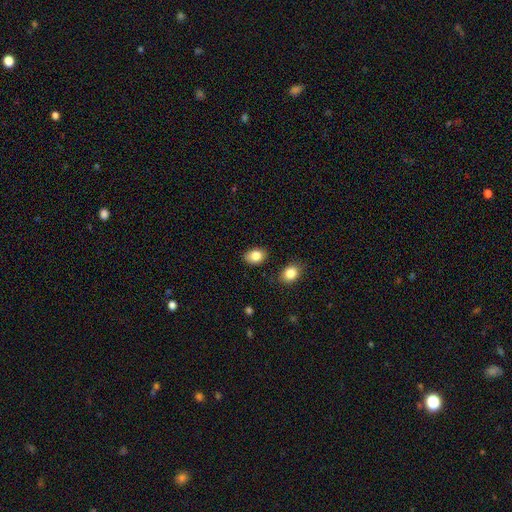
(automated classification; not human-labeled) Q: Smooth or featured?
A: smooth (84%); runner-up: star or artifact (8%)
Q: How rounded?
A: in between (76%); runner-up: round (23%)
Q: Merging?
A: none (84%); runner-up: minor disturbance (11%)